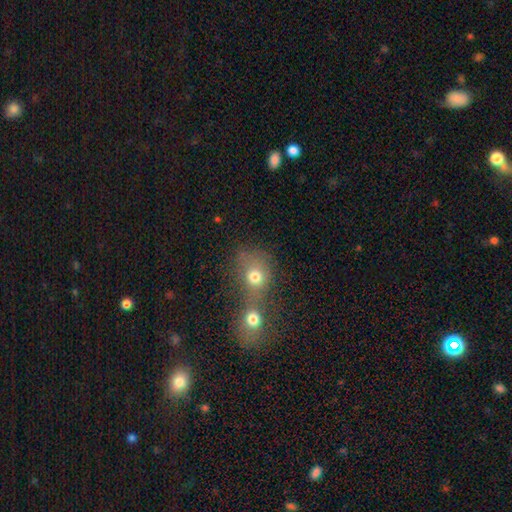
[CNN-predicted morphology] smooth-or-featured: smooth: 62% | star or artifact: 22% | featured or disk: 16%
  how-rounded: round: 70% | in between: 29% | cigar-shaped: 2%
  merging: merger: 65% | none: 24% | minor disturbance: 6% | major disturbance: 5%